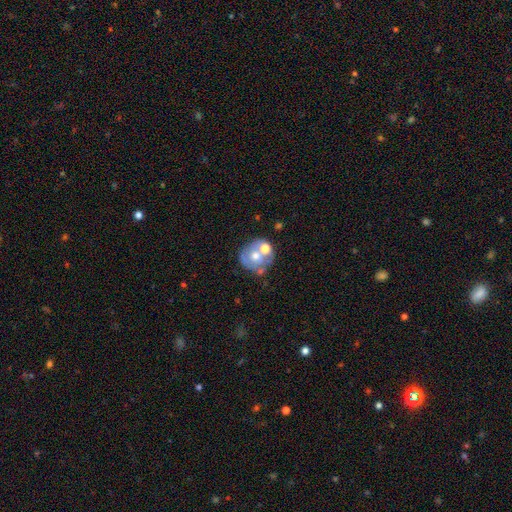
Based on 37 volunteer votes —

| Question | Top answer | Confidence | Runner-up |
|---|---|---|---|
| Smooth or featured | featured or disk | 70% | smooth (27%) |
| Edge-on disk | no | 100% | — |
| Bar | no | 73% | weak (27%) |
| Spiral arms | yes | 58% | no (42%) |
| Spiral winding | tight | 53% | medium (33%) |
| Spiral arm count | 2 | 67% | 1 (20%) |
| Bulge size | moderate | 77% | small (19%) |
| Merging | merger | 39% | none (33%) |